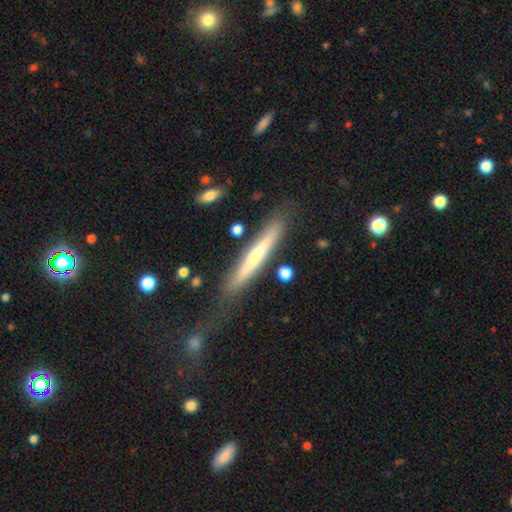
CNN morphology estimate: The model was most divided on "smooth or featured": featured or disk: 48%, smooth: 46%, star or artifact: 6%. More confident: merging — none (71%).